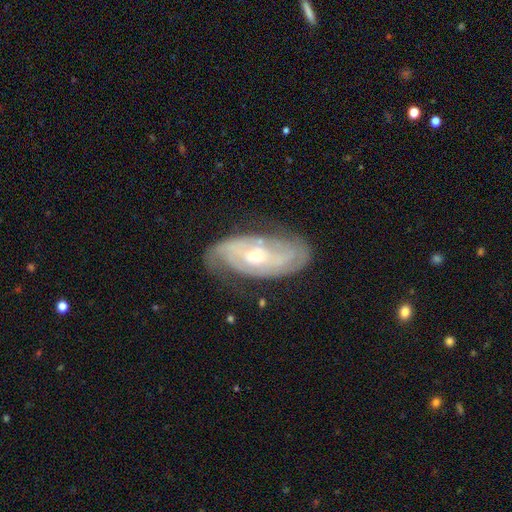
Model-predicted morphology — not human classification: The model was most divided on "bulge size": moderate: 49%, small: 47%, large: 2%, none: 1%, dominant: 1%. Remaining: spiral arms — yes (94%); edge-on disk — no (93%); smooth or featured — featured or disk (84%); merging — none (72%); spiral winding — tight (62%); bar — no (62%); spiral arm count — 2 (41%).